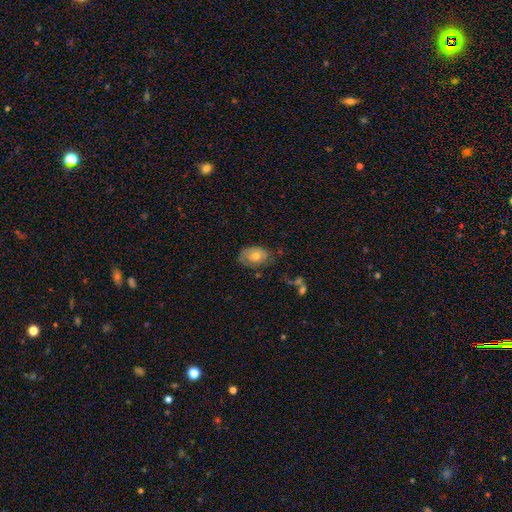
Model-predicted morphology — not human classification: This is possibly a smooth galaxy (50%). How rounded: clearly in between (82%). Merging: possibly none (60%).